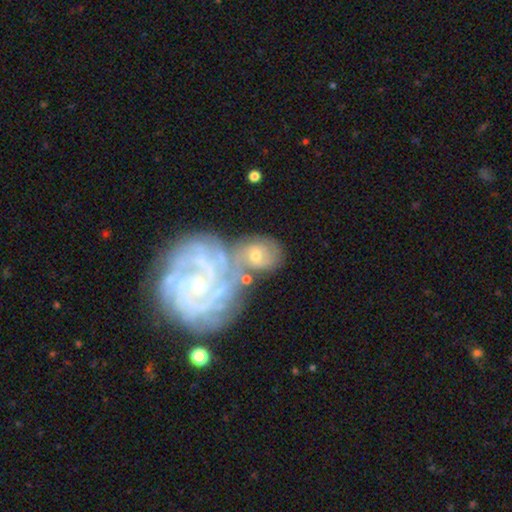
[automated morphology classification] type=featured or disk (72%); edge-on=no (97%); bar=no (67%); spiral arms=yes (90%); winding=tight (64%); arm count=3 (32%); bulge=moderate (49%); merging=merger (56%).